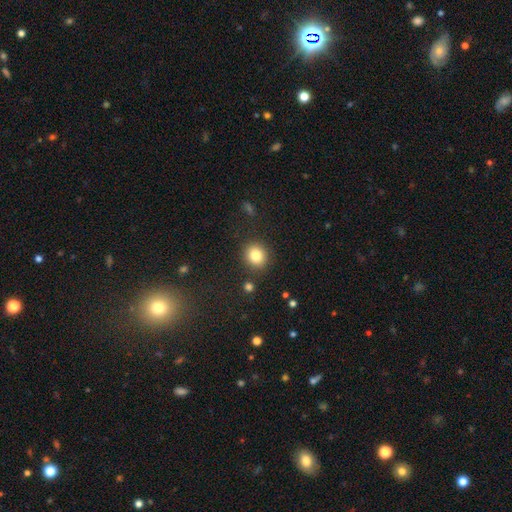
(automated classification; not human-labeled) This is clearly a smooth galaxy (82%). How rounded: clearly round (86%). Merging: clearly none (88%).